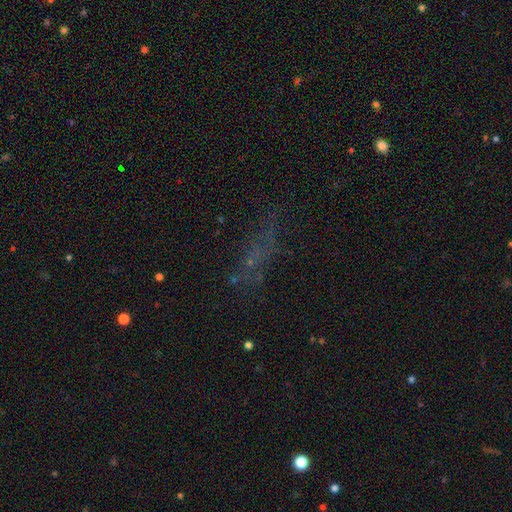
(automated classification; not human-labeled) Smooth or featured?
  - smooth: 37% * (tied)
  - star or artifact: 37% * (tied)
  - featured or disk: 26%
Merging?
  - none: 59% *
  - minor disturbance: 19%
  - major disturbance: 18%
  - merger: 4%